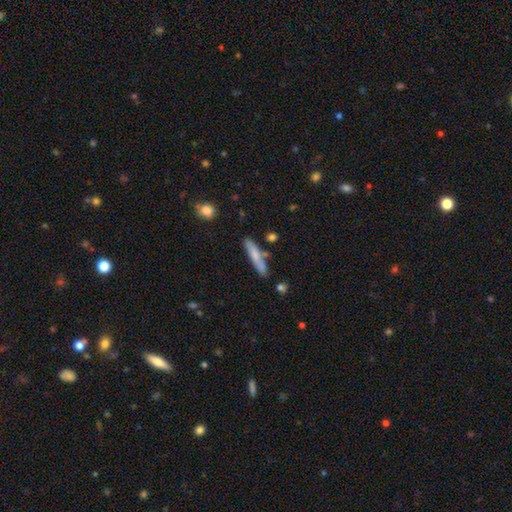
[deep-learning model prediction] This is likely a smooth galaxy (70%). How rounded: clearly cigar-shaped (88%). Merging: likely none (74%).